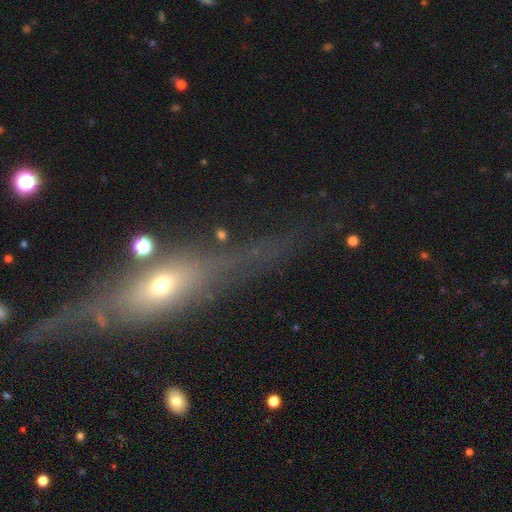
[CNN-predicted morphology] Smooth or featured: featured or disk — 49% (smooth — 30%)
Merging: none — 61% (minor disturbance — 17%)